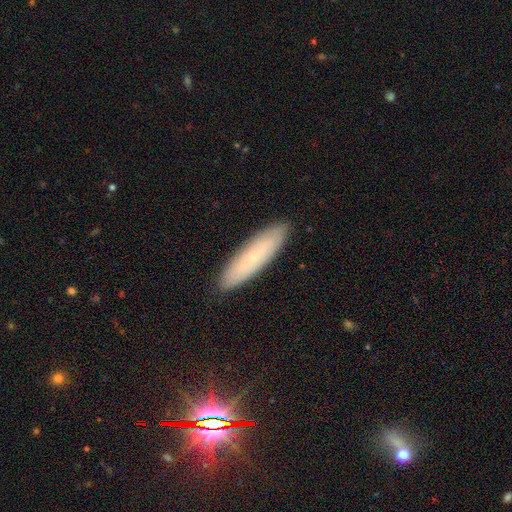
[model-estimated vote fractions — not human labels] This appears to be a smooth galaxy with no disk features (60%) that is cigar-shaped (74%). Merging: none (89%).